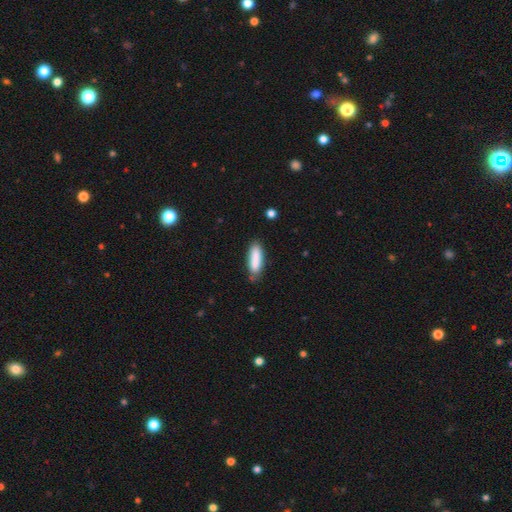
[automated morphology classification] Smooth or featured: smooth — 86% (featured or disk — 8%)
How rounded: cigar-shaped — 54% (in between — 44%)
Merging: none — 74% (minor disturbance — 19%)